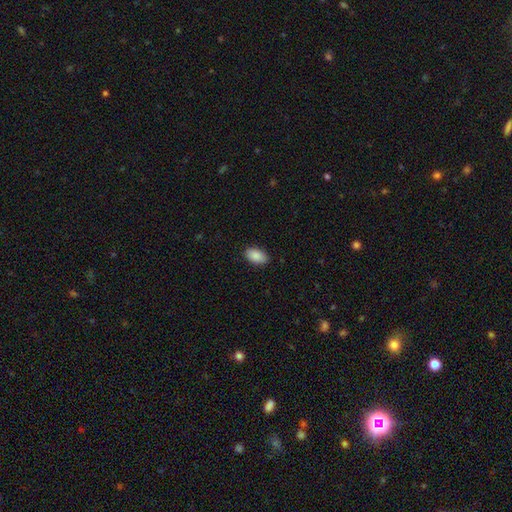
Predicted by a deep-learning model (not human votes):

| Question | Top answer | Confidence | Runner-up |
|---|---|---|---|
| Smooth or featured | smooth | 90% | star or artifact (7%) |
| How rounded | in between | 94% | round (4%) |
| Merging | none | 88% | minor disturbance (9%) |